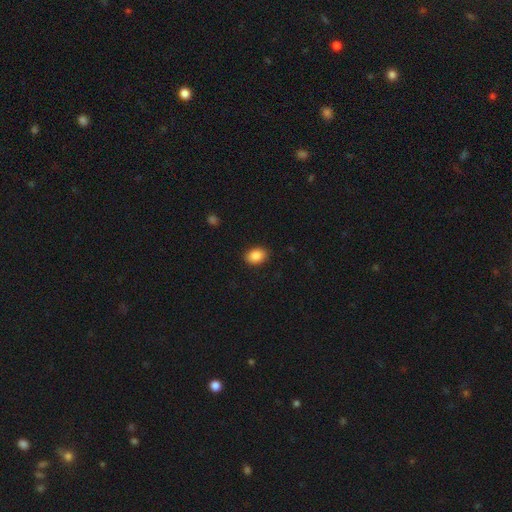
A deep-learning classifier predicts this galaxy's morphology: The model was most divided on "how rounded": in between: 75%, round: 24%, cigar-shaped: 1%. More confident: merging — none (89%); smooth or featured — smooth (88%).